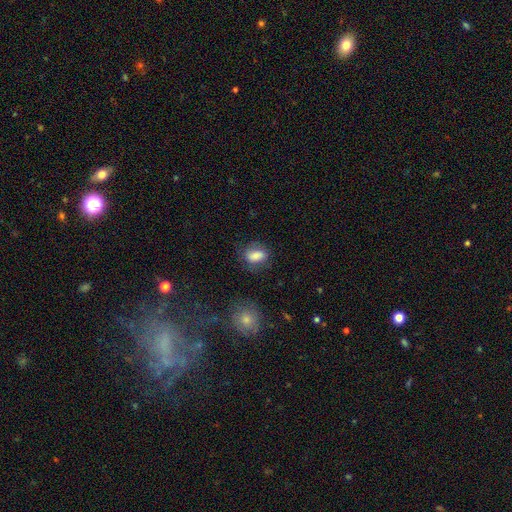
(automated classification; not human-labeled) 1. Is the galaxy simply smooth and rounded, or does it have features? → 78% smooth, 13% featured or disk, 9% star or artifact.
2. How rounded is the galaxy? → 77% in between, 20% round, 3% cigar-shaped.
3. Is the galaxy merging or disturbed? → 69% none, 20% minor disturbance, 8% major disturbance, 3% merger.